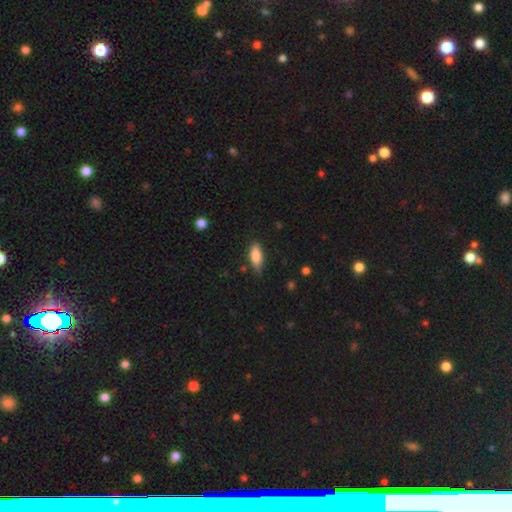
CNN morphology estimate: A smooth galaxy with no disk features (80%) that is in between round and cigar-shaped (76%).

Vote fractions:
- Smooth or featured? smooth: 80% / featured or disk: 13% / star or artifact: 7%
- How rounded? in between: 76% / cigar-shaped: 21% / round: 2%
- Merging? none: 75% / minor disturbance: 20% / major disturbance: 3% / merger: 2%